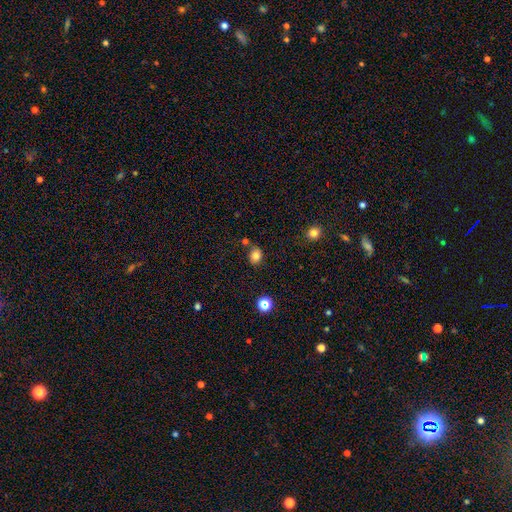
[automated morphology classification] Smooth or featured? smooth (79%)
How rounded? round (54%)
Merging? none (70%)